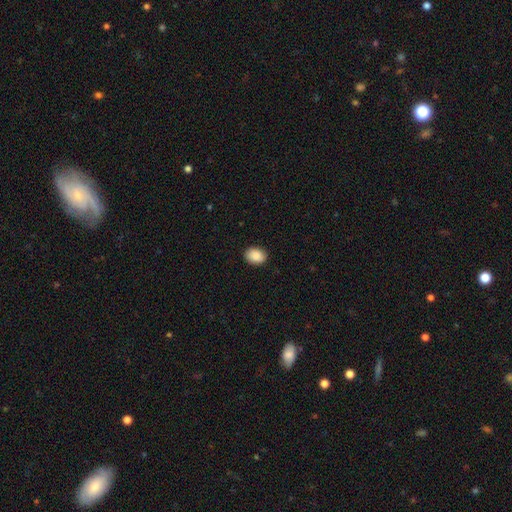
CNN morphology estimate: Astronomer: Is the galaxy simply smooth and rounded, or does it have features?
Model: smooth — 90%.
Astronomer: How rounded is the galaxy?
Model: in between — 63%.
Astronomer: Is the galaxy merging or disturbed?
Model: none — 89%.